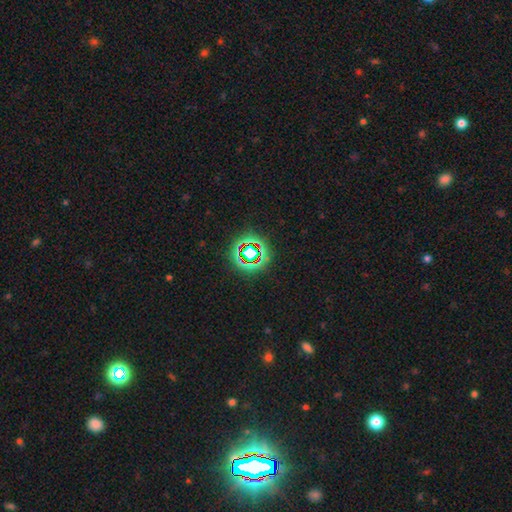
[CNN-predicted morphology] Overall: star or artifact (75%).